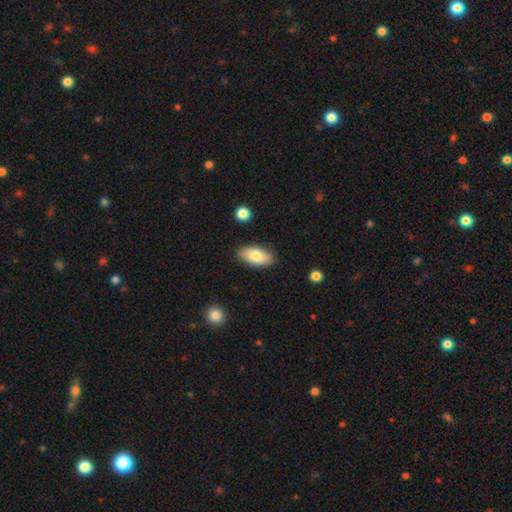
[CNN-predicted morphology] This is clearly a smooth galaxy (81%). How rounded: clearly in between (91%). Merging: clearly none (86%).